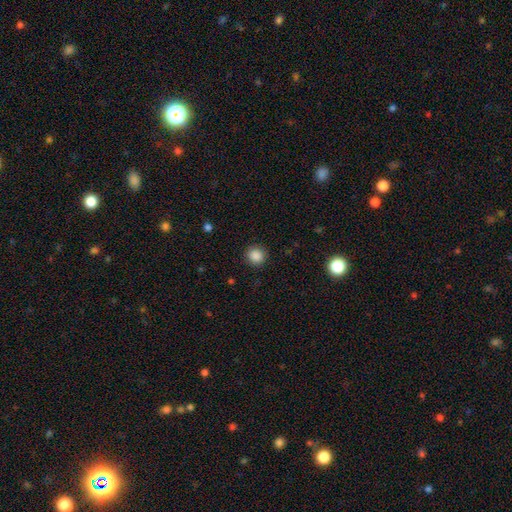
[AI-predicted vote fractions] Smooth or featured? smooth (86%)
How rounded? round (88%)
Merging? none (90%)